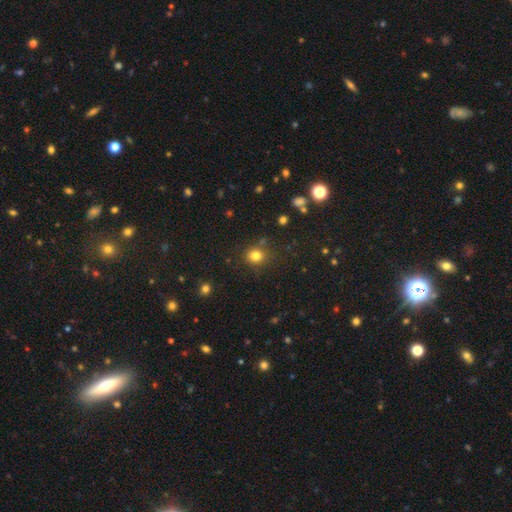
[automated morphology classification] Smooth or featured? smooth (80%)
How rounded? round (83%)
Merging? none (80%)